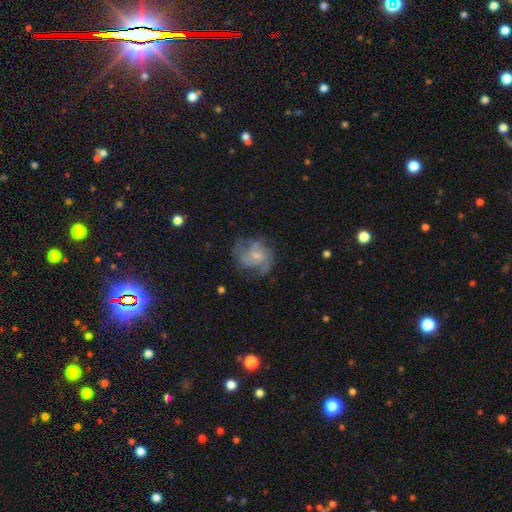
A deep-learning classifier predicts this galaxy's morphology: featured or disk 71%, smooth 21%, star or artifact 8%. Down the decision tree: edge-on disk — no (98%); bar — no (54%); spiral arms — yes (85%); spiral arm count — 2 (34%); spiral winding — medium (49%); bulge size — small (56%); merging — none (55%).